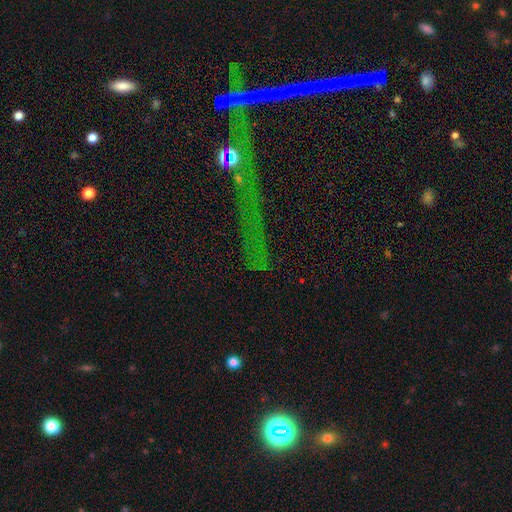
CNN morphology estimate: Q: Smooth or featured?
A: star or artifact (71%); runner-up: smooth (16%)